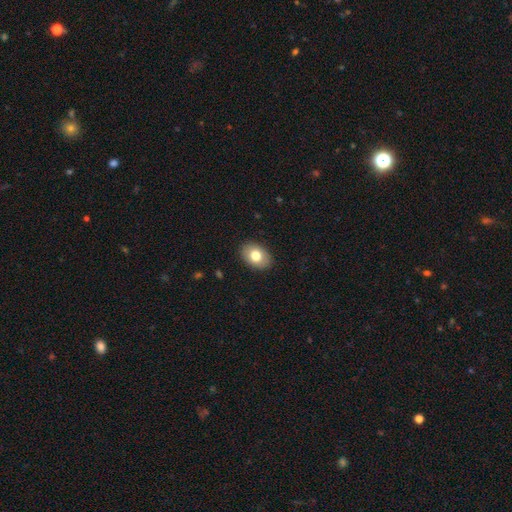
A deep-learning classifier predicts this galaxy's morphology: Overall: smooth (77%). How rounded: in between (79%). Merging: none (89%).